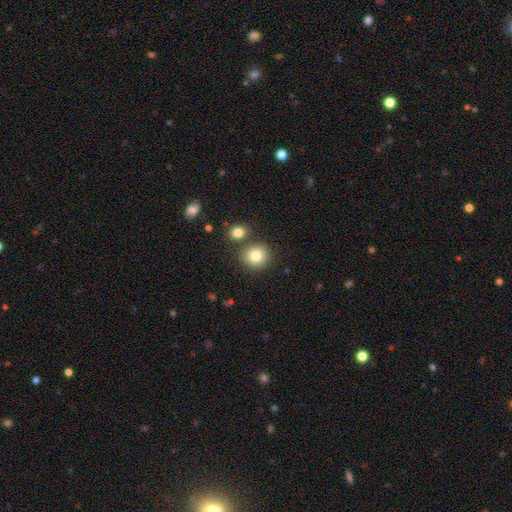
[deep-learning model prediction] Smooth or featured: smooth — 82% (star or artifact — 10%)
How rounded: round — 86% (in between — 13%)
Merging: none — 76% (merger — 13%)